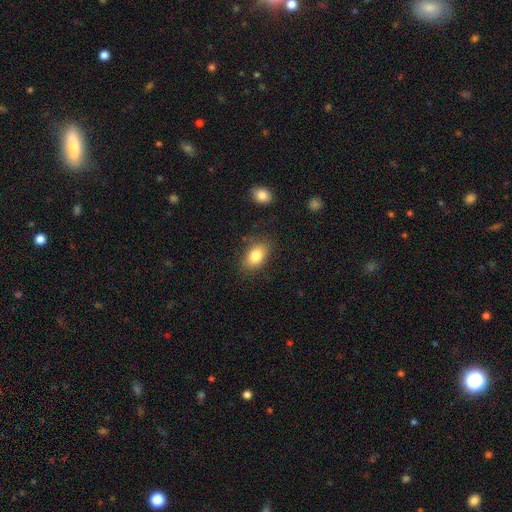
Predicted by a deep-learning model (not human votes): A smooth galaxy with no disk features (83%) that is in between round and cigar-shaped (86%).

Vote fractions:
- Smooth or featured? smooth: 83% / featured or disk: 9% / star or artifact: 8%
- How rounded? in between: 86% / round: 12% / cigar-shaped: 2%
- Merging? none: 80% / minor disturbance: 14% / major disturbance: 4% / merger: 2%